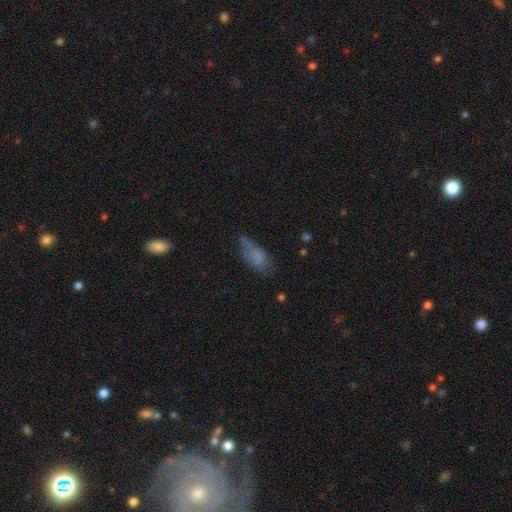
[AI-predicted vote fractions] A smooth galaxy with no disk features (70%) that is in between round and cigar-shaped (76%).

Vote fractions:
- Smooth or featured? smooth: 70% / featured or disk: 19% / star or artifact: 11%
- How rounded? in between: 76% / cigar-shaped: 21% / round: 3%
- Merging? none: 47% / minor disturbance: 33% / major disturbance: 17% / merger: 4%